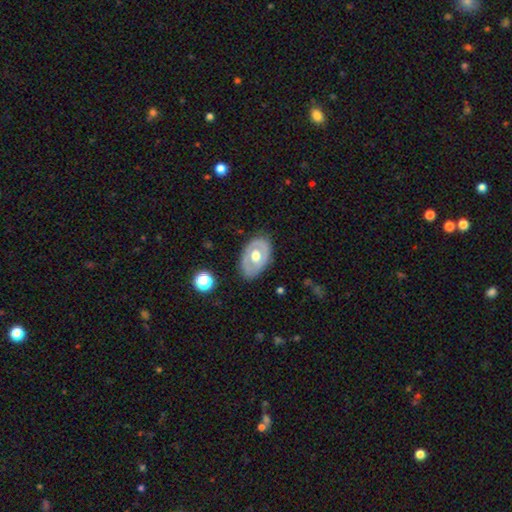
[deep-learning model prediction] featured or disk 57%, smooth 37%, star or artifact 6%. Down the decision tree: edge-on disk — no (90%); bar — no (82%); spiral arms — no (79%); bulge size — moderate (63%); merging — none (77%).